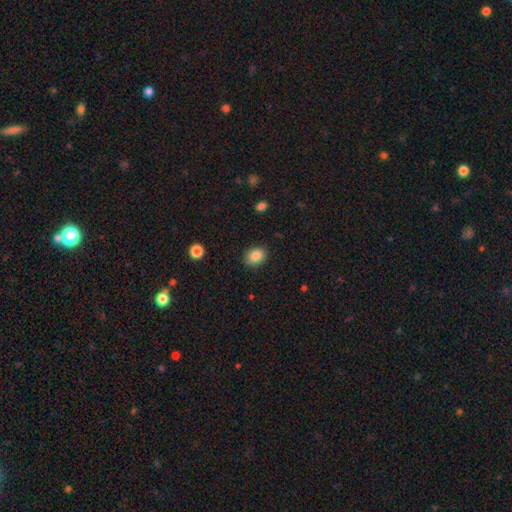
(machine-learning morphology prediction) smooth-or-featured: smooth: 87% | star or artifact: 9% | featured or disk: 4%
  how-rounded: in between: 65% | round: 34% | cigar-shaped: 1%
  merging: none: 84% | minor disturbance: 11% | major disturbance: 3% | merger: 1%